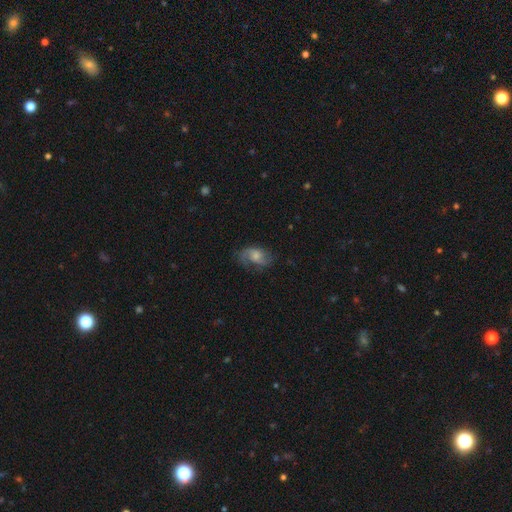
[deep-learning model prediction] Overall: featured or disk (60%; smooth 32%). Edge-on disk: no (96%). Bar: no (62%; weak 33%). Spiral arms: yes (88%). Spiral arm count: 2 (71%). Spiral winding: loose (48%; medium 39%). Bulge size: moderate (42%; small 38%). Merging: none (57%; minor disturbance 24%).